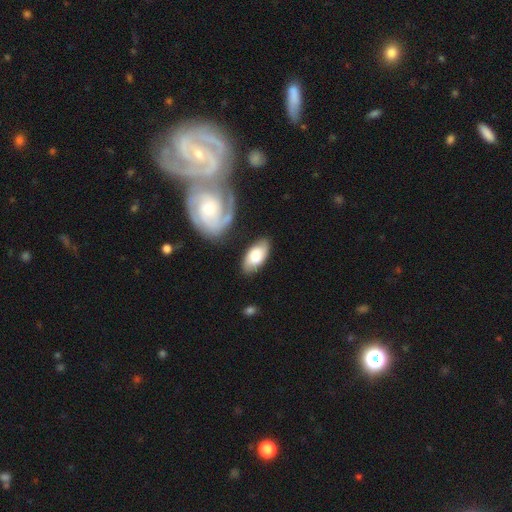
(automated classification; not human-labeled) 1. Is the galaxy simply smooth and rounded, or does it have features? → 66% smooth, 28% featured or disk, 6% star or artifact.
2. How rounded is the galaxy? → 94% in between, 3% cigar-shaped, 3% round.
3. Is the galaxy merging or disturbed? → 73% none, 17% minor disturbance, 5% merger, 5% major disturbance.